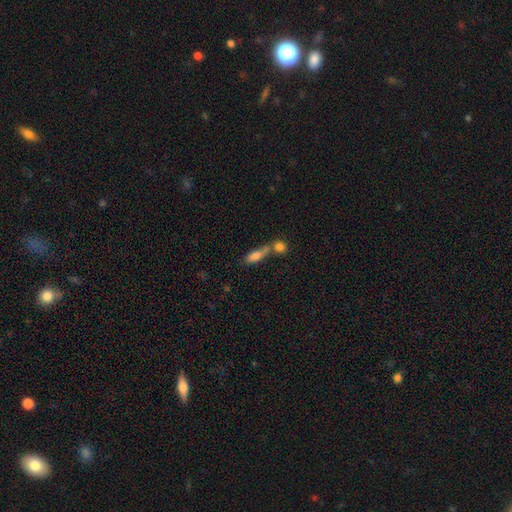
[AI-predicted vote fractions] smooth_or_featured: smooth (p=0.77) [alt: featured or disk p=0.14]
how_rounded: in between (p=0.64) [alt: cigar-shaped p=0.30]
merging: merger (p=0.53) [alt: none p=0.32]